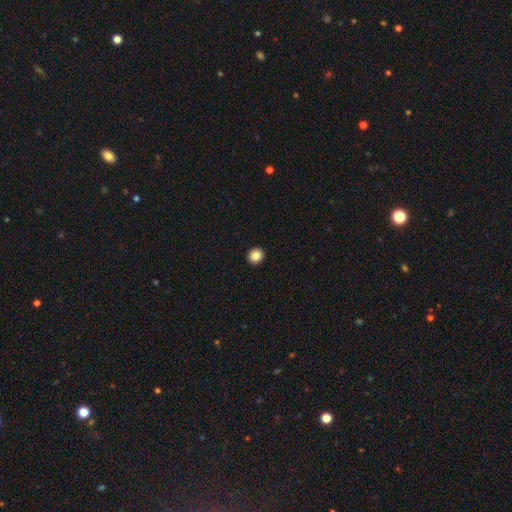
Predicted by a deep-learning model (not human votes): smooth_or_featured: smooth (p=0.87) [alt: star or artifact p=0.09]
how_rounded: round (p=0.81) [alt: in between p=0.18]
merging: none (p=0.93) [alt: minor disturbance p=0.04]